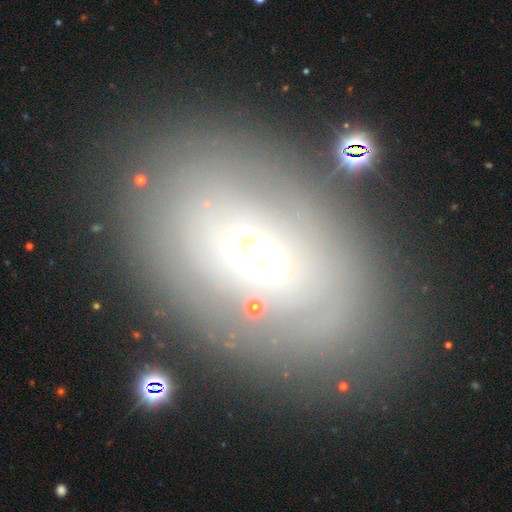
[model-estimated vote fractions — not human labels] Smooth or featured: featured or disk — 53% (smooth — 36%)
Edge-on disk: no — 93% (yes — 7%)
Merging: none — 75% (minor disturbance — 14%)